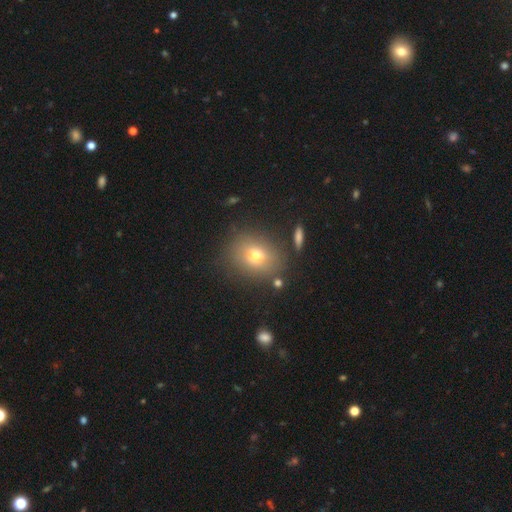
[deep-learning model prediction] Smooth or featured? Predicted: smooth (p=0.68). How rounded? Predicted: round (p=0.61). Merging? Predicted: none (p=0.80).